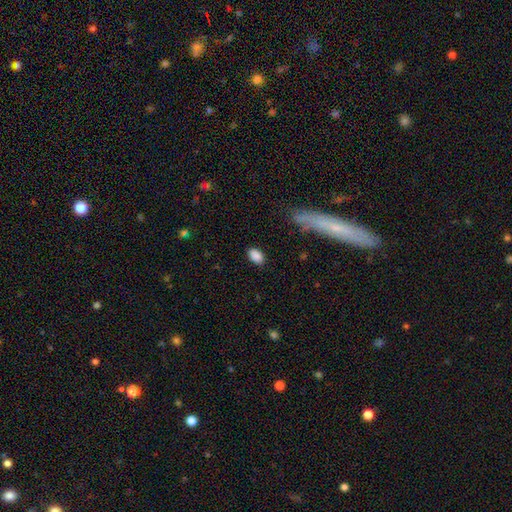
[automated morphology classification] The model was most divided on "merging": none: 83%, minor disturbance: 12%, major disturbance: 3%, merger: 2%. More confident: how rounded — in between (90%); smooth or featured — smooth (88%).